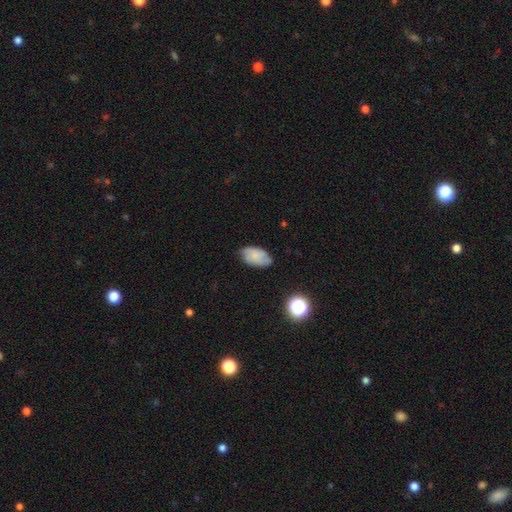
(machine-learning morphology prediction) Smooth or featured? smooth (74%)
How rounded? in between (93%)
Merging? none (72%)